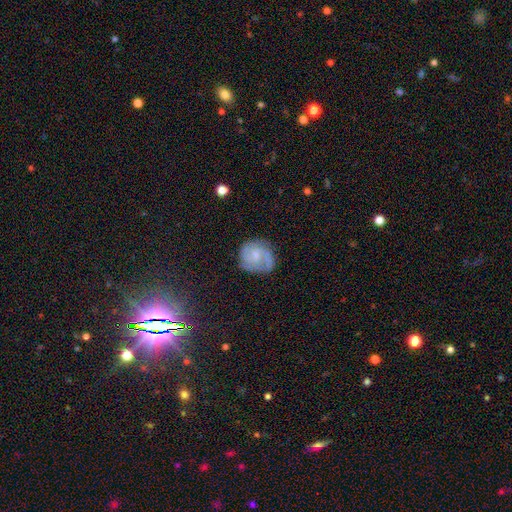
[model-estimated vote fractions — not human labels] The model was most divided on "spiral winding": medium: 44%, tight: 40%, loose: 16%. Remaining: edge-on disk — no (98%); spiral arms — yes (91%); merging — none (69%); smooth or featured — featured or disk (67%); bulge size — small (57%); bar — no (57%); spiral arm count — 2 (44%).